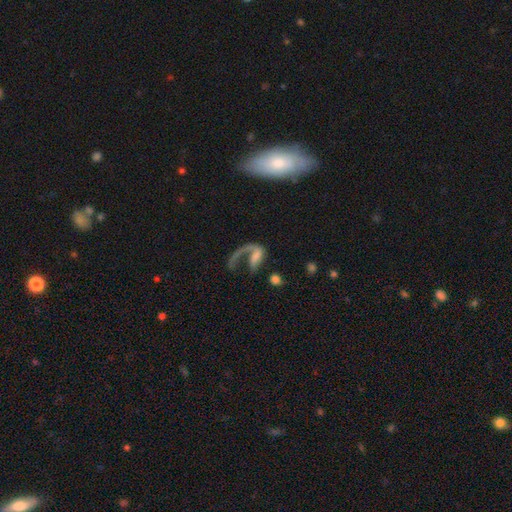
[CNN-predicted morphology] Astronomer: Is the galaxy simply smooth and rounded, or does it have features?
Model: featured or disk — 62%.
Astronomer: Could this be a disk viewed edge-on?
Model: no — 96%.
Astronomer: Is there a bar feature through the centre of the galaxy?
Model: no — 54% (runner-up: weak, 29%).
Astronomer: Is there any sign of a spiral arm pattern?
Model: yes — 72%.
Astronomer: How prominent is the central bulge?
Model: none — 46% (runner-up: small, 25%).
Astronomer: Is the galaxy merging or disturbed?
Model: major disturbance — 52%.